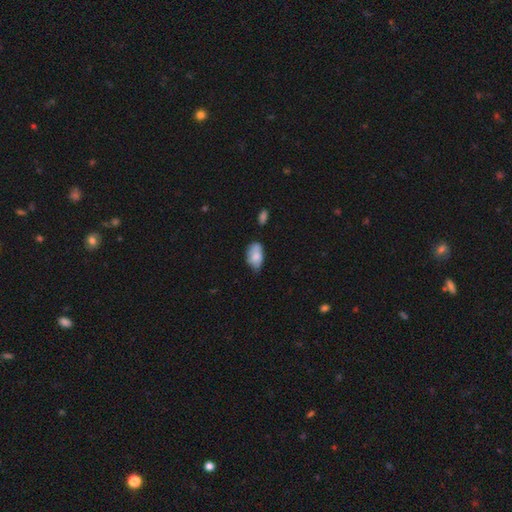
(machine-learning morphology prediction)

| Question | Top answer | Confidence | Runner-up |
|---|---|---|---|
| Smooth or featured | smooth | 76% | featured or disk (17%) |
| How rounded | in between | 92% | round (6%) |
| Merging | none | 47% | minor disturbance (38%) |